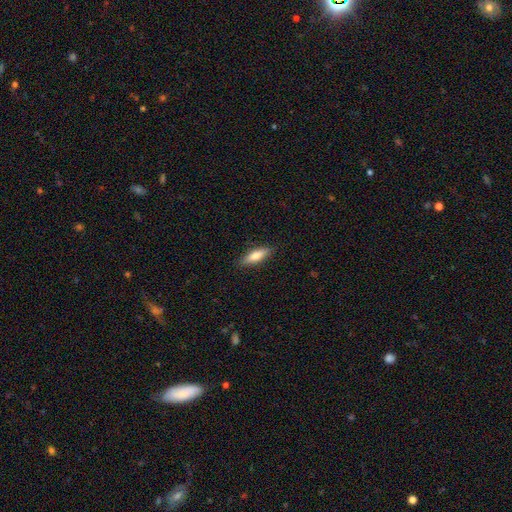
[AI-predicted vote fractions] This appears to be a smooth galaxy with no disk features (74%) that is cigar-shaped (52%). Merging: none (88%).